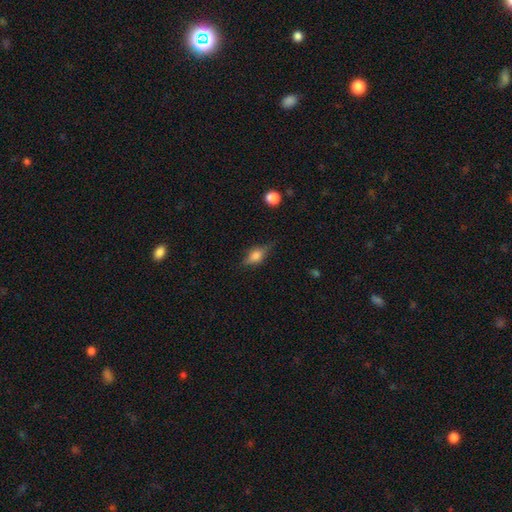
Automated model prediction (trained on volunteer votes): A featured or disk galaxy (46%).

Vote fractions:
- Smooth or featured? featured or disk: 46% / smooth: 44% / star or artifact: 10%
- Merging? none: 75% / minor disturbance: 18% / major disturbance: 5% / merger: 2%